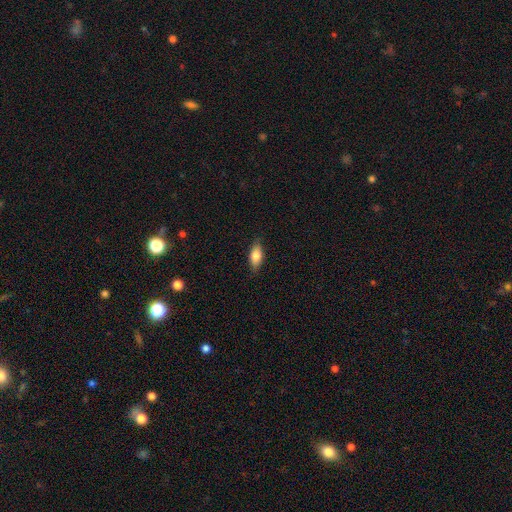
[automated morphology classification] Smooth or featured: smooth — 77% (featured or disk — 16%)
How rounded: in between — 83% (cigar-shaped — 13%)
Merging: none — 83% (minor disturbance — 13%)